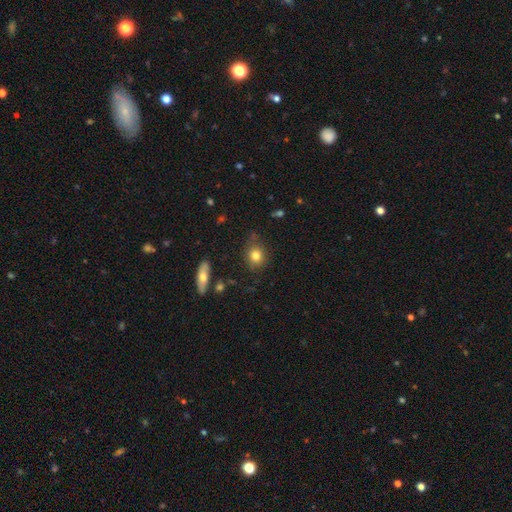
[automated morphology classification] A smooth galaxy with no disk features (80%) that is round (71%).

Vote fractions:
- Smooth or featured? smooth: 80% / star or artifact: 10% / featured or disk: 10%
- How rounded? round: 71% / in between: 27% / cigar-shaped: 2%
- Merging? none: 76% / minor disturbance: 16% / major disturbance: 4% / merger: 4%